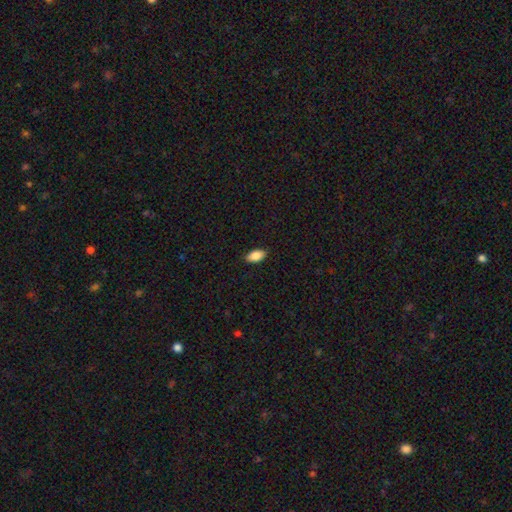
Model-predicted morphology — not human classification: type=smooth (87%); roundness=in between (92%); merging=none (88%).